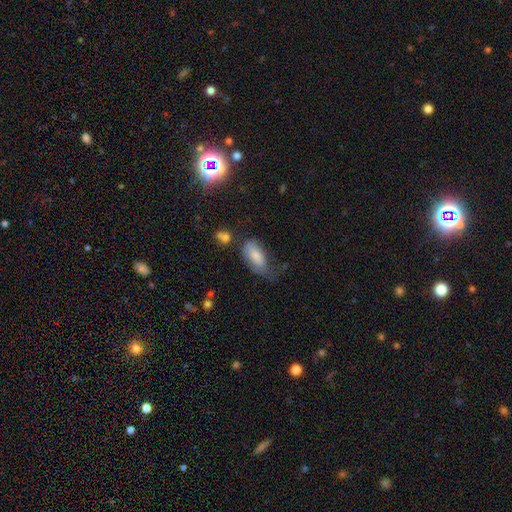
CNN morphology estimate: Smooth or featured?
  - smooth: 75% *
  - featured or disk: 17%
  - star or artifact: 7%
How rounded?
  - in between: 91% *
  - cigar-shaped: 7%
  - round: 3%
Merging?
  - minor disturbance: 34% *
  - major disturbance: 32%
  - none: 29%
  - merger: 5%